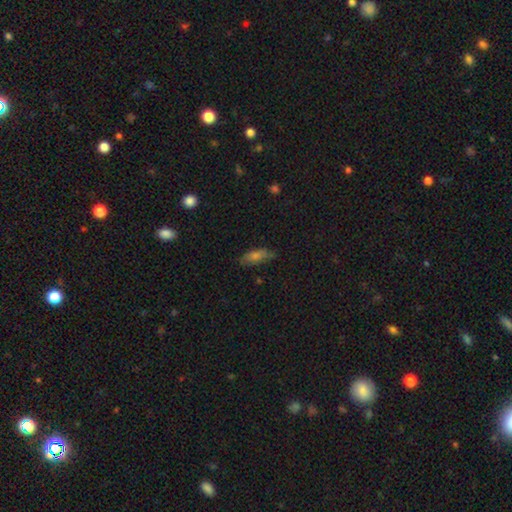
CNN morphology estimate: Q: Smooth or featured?
A: smooth (65%); runner-up: featured or disk (23%)
Q: How rounded?
A: in between (55%); runner-up: cigar-shaped (41%)
Q: Merging?
A: none (73%); runner-up: minor disturbance (21%)